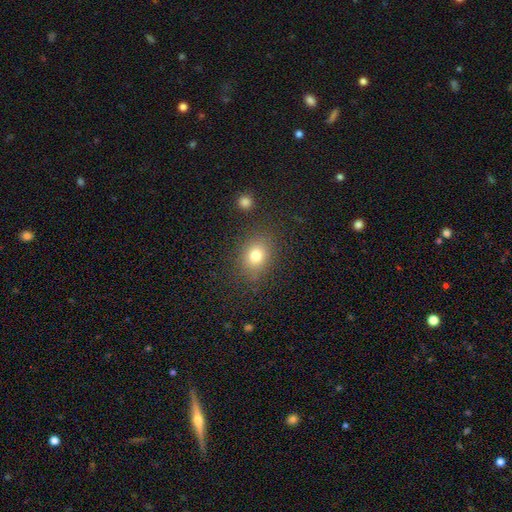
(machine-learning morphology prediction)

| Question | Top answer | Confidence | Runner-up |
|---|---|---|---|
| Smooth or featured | smooth | 77% | star or artifact (13%) |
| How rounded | round | 53% | in between (45%) |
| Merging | none | 81% | minor disturbance (12%) |